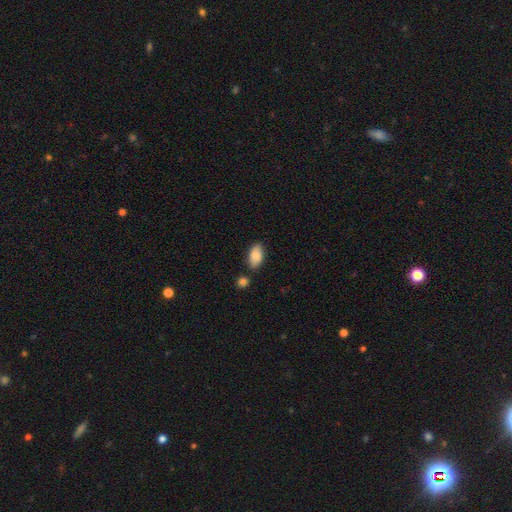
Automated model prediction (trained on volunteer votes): Smooth or featured?
  - smooth: 84% *
  - featured or disk: 10%
  - star or artifact: 7%
How rounded?
  - in between: 93% *
  - round: 4%
  - cigar-shaped: 3%
Merging?
  - none: 74% *
  - minor disturbance: 15%
  - merger: 8%
  - major disturbance: 3%